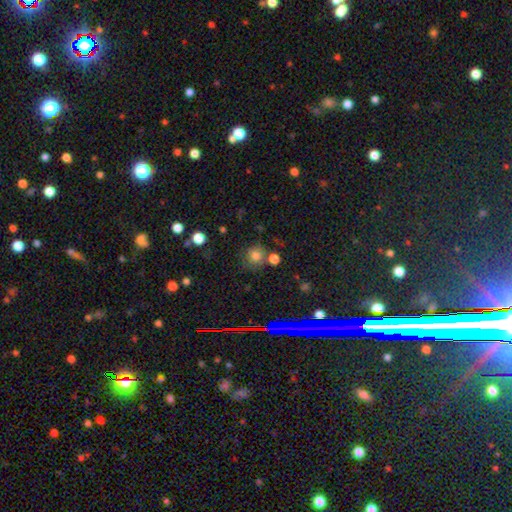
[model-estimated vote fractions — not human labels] This is likely a smooth galaxy (76%). How rounded: clearly round (90%). Merging: likely none (68%).